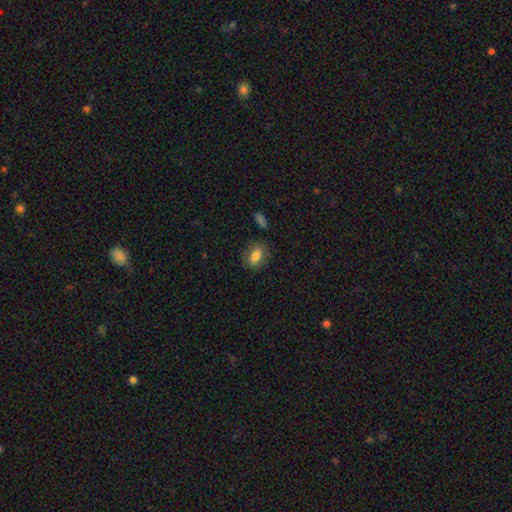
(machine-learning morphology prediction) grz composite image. It shows a smooth galaxy with no disk features (81%) that is in between round and cigar-shaped (82%). Merging: none (80%).